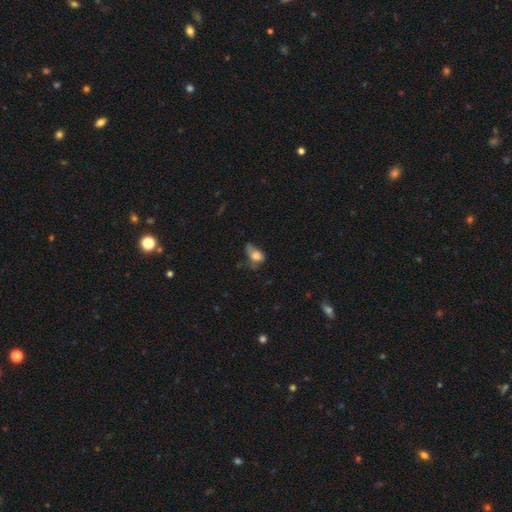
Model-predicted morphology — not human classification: smooth-or-featured: smooth: 70% | featured or disk: 20% | star or artifact: 10%
  how-rounded: in between: 79% | round: 17% | cigar-shaped: 4%
  merging: major disturbance: 34% (tied) | minor disturbance: 34% (tied) | none: 26% | merger: 6%